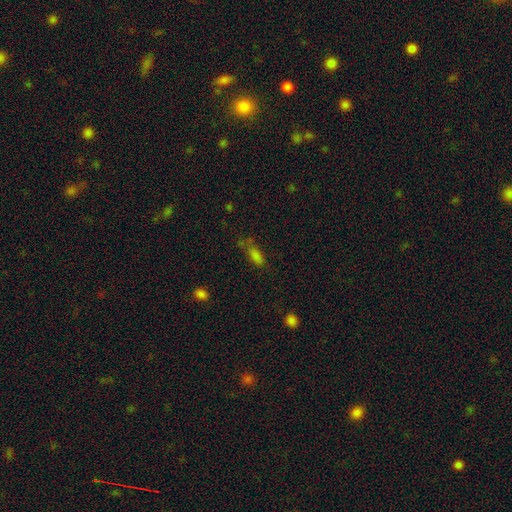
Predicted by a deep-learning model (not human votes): Smooth or featured? smooth (72%)
How rounded? in between (73%)
Merging? none (52%)